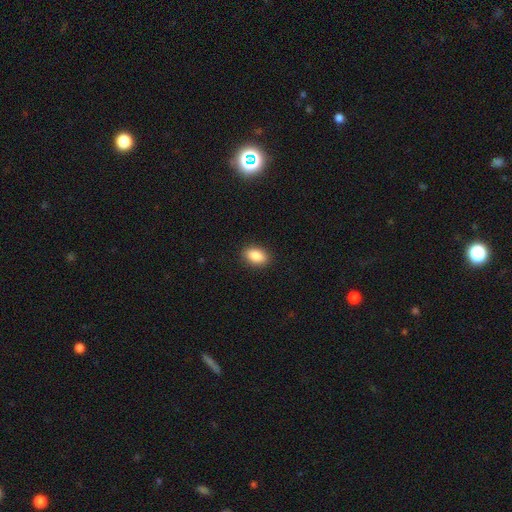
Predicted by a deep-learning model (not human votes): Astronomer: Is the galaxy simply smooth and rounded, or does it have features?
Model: smooth — 87%.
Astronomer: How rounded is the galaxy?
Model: in between — 89%.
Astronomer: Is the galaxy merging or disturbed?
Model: none — 90%.